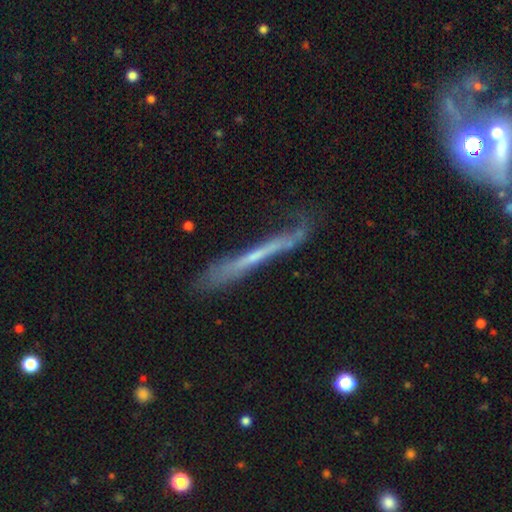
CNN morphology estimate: This is likely a featured or disk galaxy (61%). It is clearly viewed edge-on (83%). Edge-on bulge: likely none (76%). Merging: possibly none (50%).